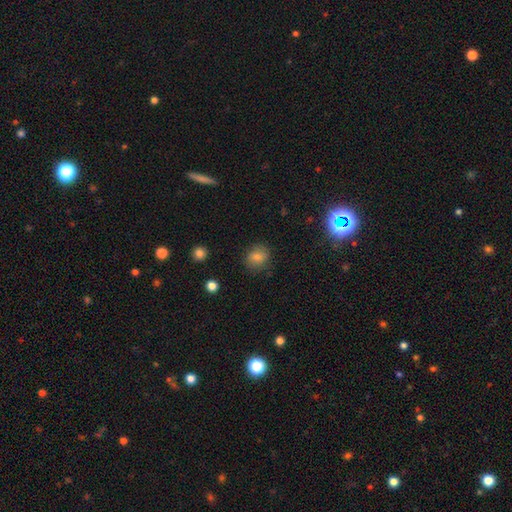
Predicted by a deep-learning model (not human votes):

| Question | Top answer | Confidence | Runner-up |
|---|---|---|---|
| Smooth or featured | smooth | 65% | star or artifact (24%) |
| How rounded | round | 72% | in between (26%) |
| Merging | none | 86% | minor disturbance (10%) |